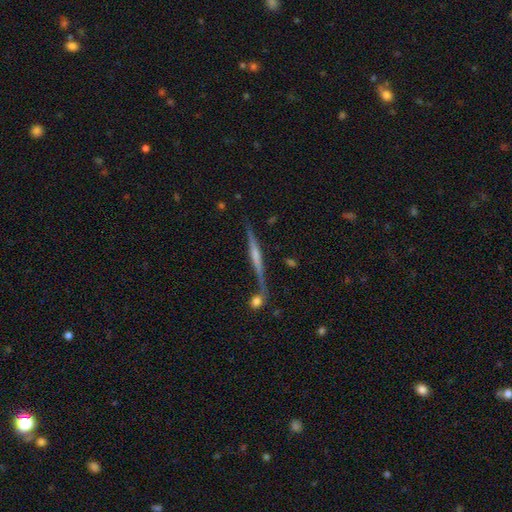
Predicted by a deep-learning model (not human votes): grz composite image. It shows a featured or disk galaxy (70%) viewed edge-on (96%) with a rounded central bulge (50%). Merging: none (65%).